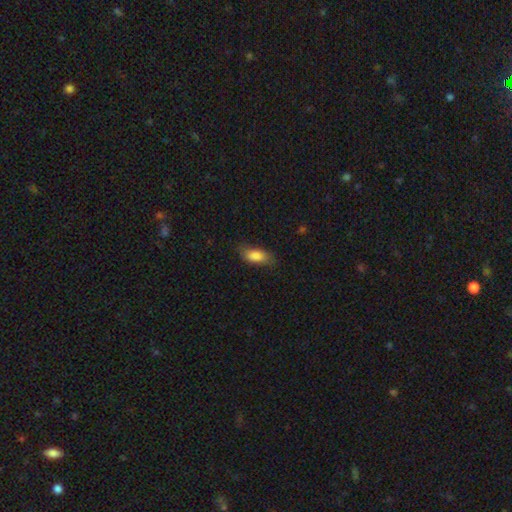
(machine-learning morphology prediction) The model was most divided on "merging": none: 73%, minor disturbance: 21%, major disturbance: 5%, merger: 1%. More confident: how rounded — in between (84%); smooth or featured — smooth (83%).